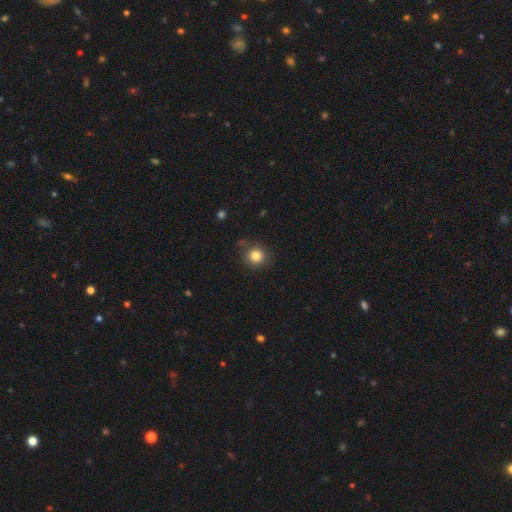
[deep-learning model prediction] Morphology: type=smooth (83%); roundness=round (90%); merging=none (84%).